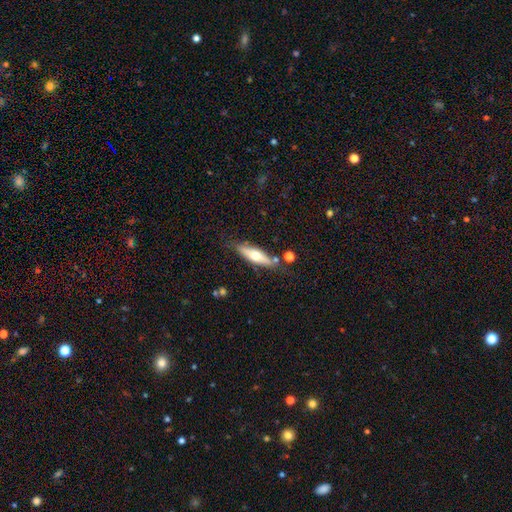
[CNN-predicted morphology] Smooth or featured: smooth — 50% (featured or disk — 44%)
How rounded: cigar-shaped — 59% (in between — 38%)
Merging: none — 76% (minor disturbance — 15%)